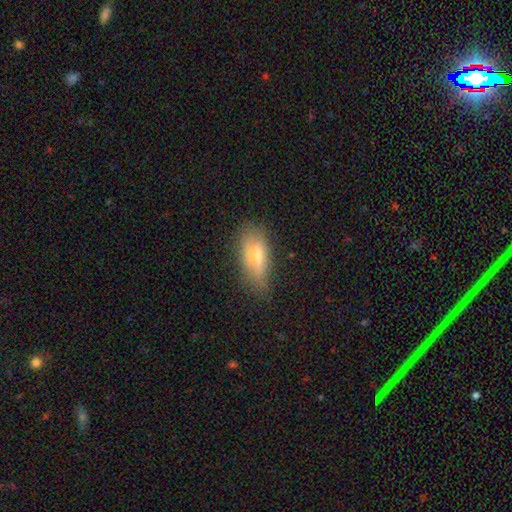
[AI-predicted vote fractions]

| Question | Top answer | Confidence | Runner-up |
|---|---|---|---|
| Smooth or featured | smooth | 54% | featured or disk (36%) |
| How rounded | in between | 77% | cigar-shaped (17%) |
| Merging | none | 73% | minor disturbance (20%) |